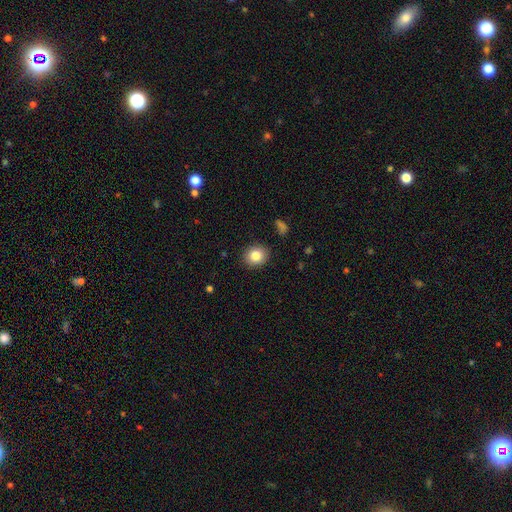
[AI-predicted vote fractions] Smooth or featured? smooth (83%)
How rounded? round (75%)
Merging? none (88%)